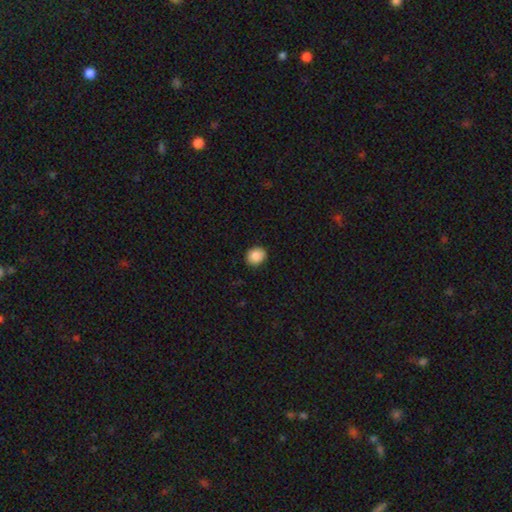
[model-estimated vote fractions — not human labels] smooth-or-featured: smooth: 87% | star or artifact: 8% | featured or disk: 5%
  how-rounded: round: 62% | in between: 38% | cigar-shaped: 1%
  merging: none: 89% | minor disturbance: 8% | major disturbance: 2% | merger: 1%